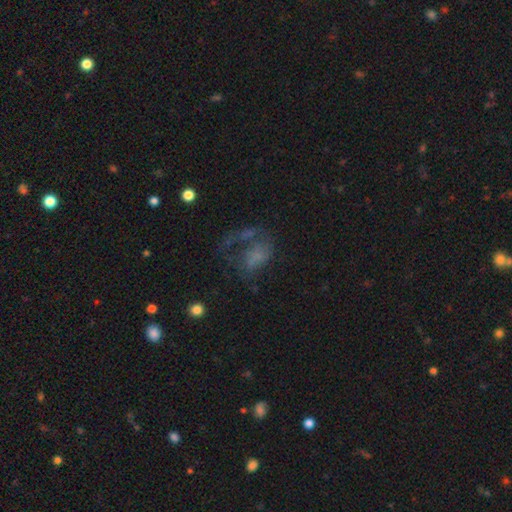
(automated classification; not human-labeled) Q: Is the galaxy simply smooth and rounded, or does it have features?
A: featured or disk — 48%.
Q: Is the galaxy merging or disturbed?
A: major disturbance — 51%.